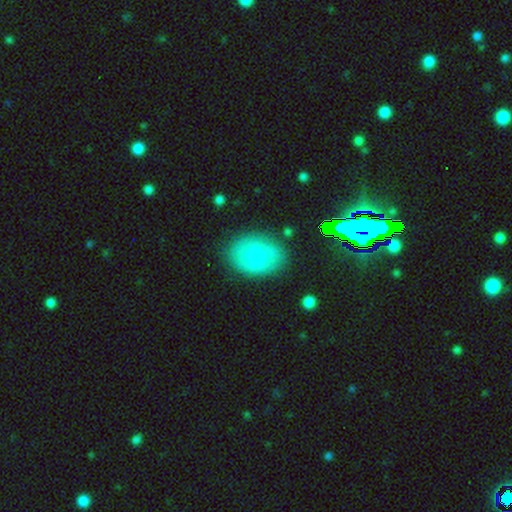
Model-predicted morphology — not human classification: Smooth or featured?
  - smooth: 71% *
  - featured or disk: 17%
  - star or artifact: 12%
How rounded?
  - in between: 72% *
  - round: 27%
  - cigar-shaped: 1%
Merging?
  - none: 80% *
  - minor disturbance: 14%
  - major disturbance: 4%
  - merger: 2%